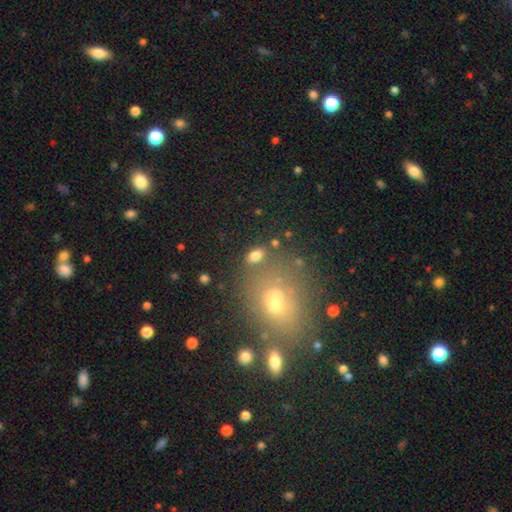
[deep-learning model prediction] A smooth galaxy with no disk features (76%) that is in between round and cigar-shaped (83%).

Vote fractions:
- Smooth or featured? smooth: 76% / star or artifact: 13% / featured or disk: 11%
- How rounded? in between: 83% / round: 13% / cigar-shaped: 3%
- Merging? none: 67% / minor disturbance: 14% / merger: 13% / major disturbance: 7%